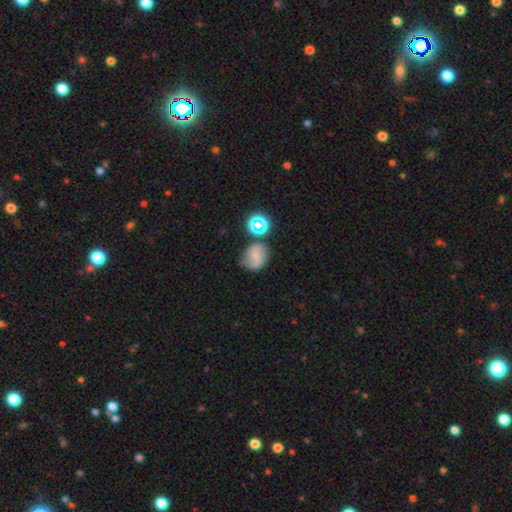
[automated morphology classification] Smooth or featured: smooth — 52% (featured or disk — 31%)
How rounded: round — 71% (in between — 28%)
Merging: none — 65% (minor disturbance — 19%)